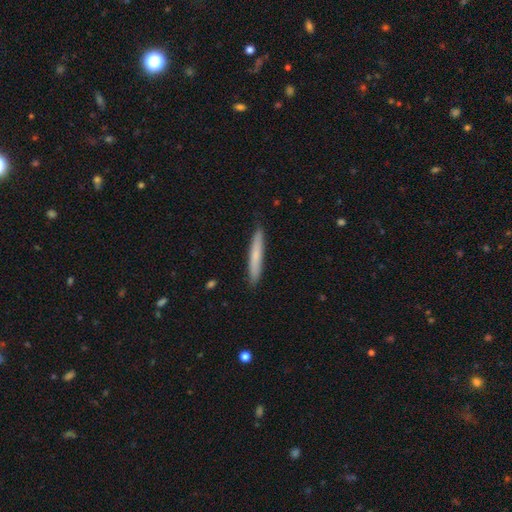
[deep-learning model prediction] Smooth or featured: smooth — 71% (featured or disk — 23%)
How rounded: cigar-shaped — 95% (in between — 3%)
Merging: none — 90% (minor disturbance — 7%)